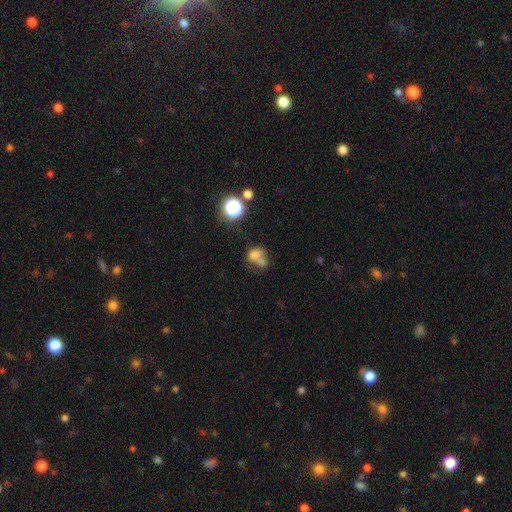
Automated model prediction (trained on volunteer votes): This appears to be a smooth galaxy with no disk features (66%) that is round (56%). Merging: merger (51%).